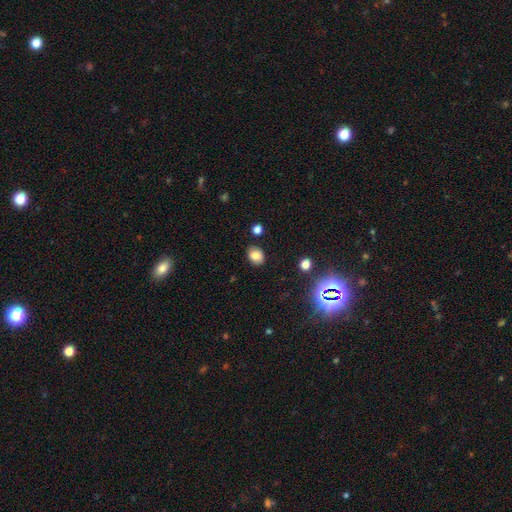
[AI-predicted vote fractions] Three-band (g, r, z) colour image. It shows a smooth galaxy with no disk features (80%) that is in between round and cigar-shaped (57%). Merging: none (84%).